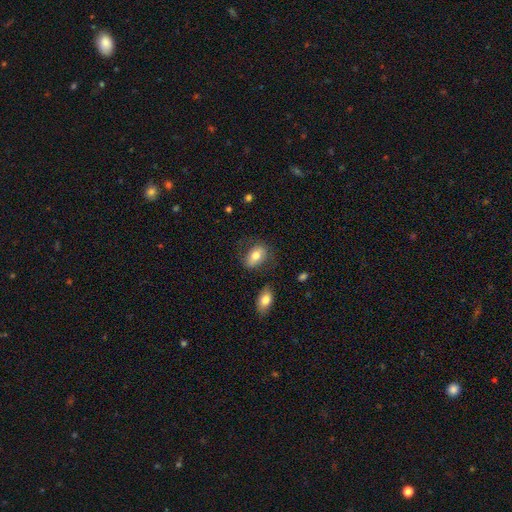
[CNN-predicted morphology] smooth-or-featured: smooth: 72% | featured or disk: 20% | star or artifact: 8%
  how-rounded: in between: 83% | round: 15% | cigar-shaped: 2%
  merging: none: 69% | minor disturbance: 19% | major disturbance: 8% | merger: 4%